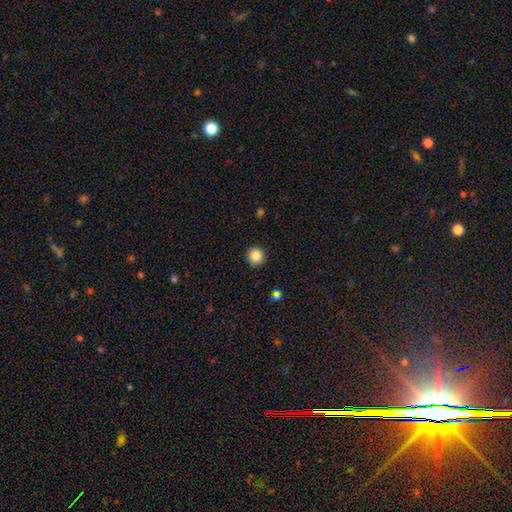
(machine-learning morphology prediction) type=smooth (86%); roundness=round (95%); merging=none (92%).